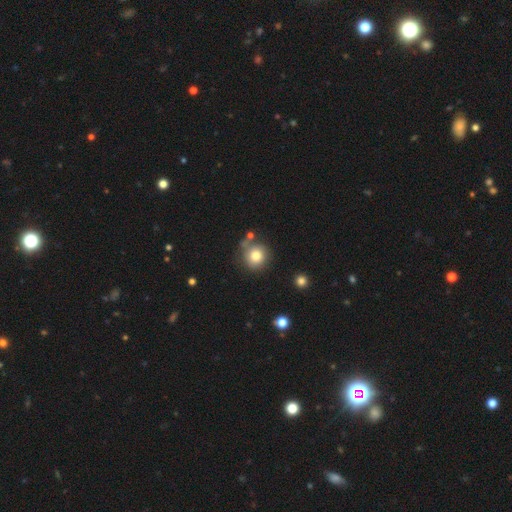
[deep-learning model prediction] smooth_or_featured: smooth (p=0.79) [alt: featured or disk p=0.11]
how_rounded: round (p=0.90) [alt: in between p=0.10]
merging: none (p=0.68) [alt: minor disturbance p=0.15]